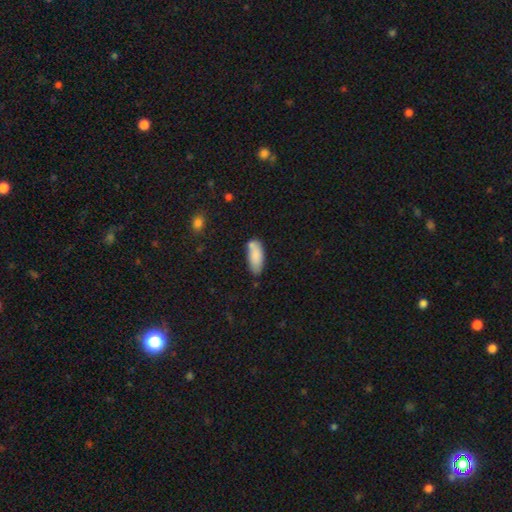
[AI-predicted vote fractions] Smooth or featured: smooth — 84% (featured or disk — 9%)
How rounded: in between — 77% (cigar-shaped — 21%)
Merging: none — 60% (minor disturbance — 22%)